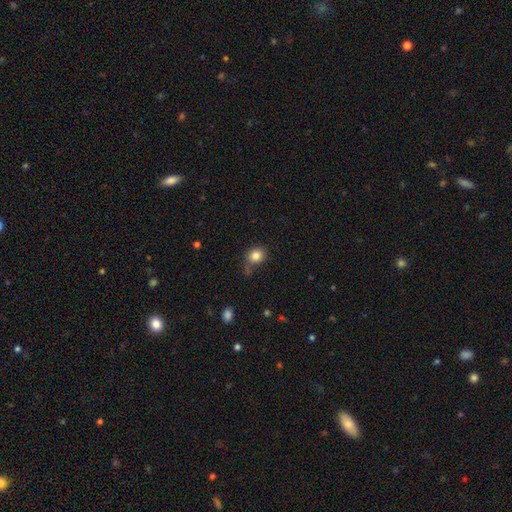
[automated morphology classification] This appears to be a smooth galaxy with no disk features (83%) that is round (73%). Merging: none (68%).